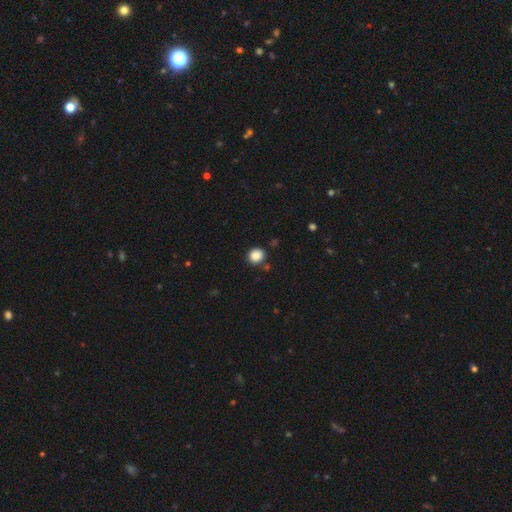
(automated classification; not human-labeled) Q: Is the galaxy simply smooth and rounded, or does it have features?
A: smooth — 86%.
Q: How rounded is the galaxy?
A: round — 84%.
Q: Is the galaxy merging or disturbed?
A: none — 86%.